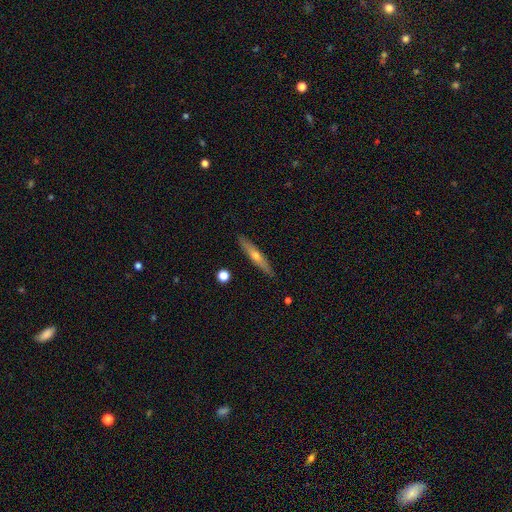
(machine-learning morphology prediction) Smooth or featured? featured or disk (55%)
Edge-on disk? yes (92%)
Edge-on bulge? rounded (82%)
Merging? none (90%)